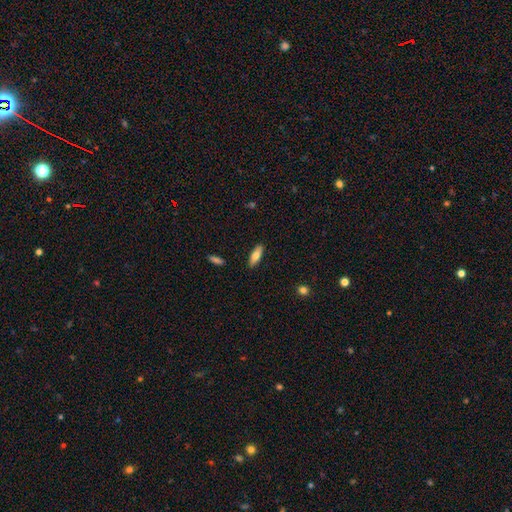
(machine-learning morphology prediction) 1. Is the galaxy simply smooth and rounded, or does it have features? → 69% smooth, 25% featured or disk, 6% star or artifact.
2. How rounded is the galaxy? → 54% in between, 44% cigar-shaped, 2% round.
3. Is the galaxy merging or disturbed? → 89% none, 8% minor disturbance, 2% major disturbance, 1% merger.